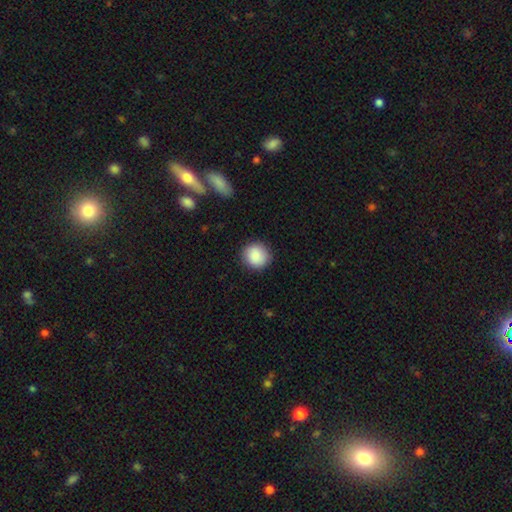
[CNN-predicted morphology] smooth-or-featured: smooth: 87% | star or artifact: 7% | featured or disk: 6%
  how-rounded: round: 88% | in between: 11% | cigar-shaped: 1%
  merging: none: 87% | minor disturbance: 9% | major disturbance: 2% | merger: 1%